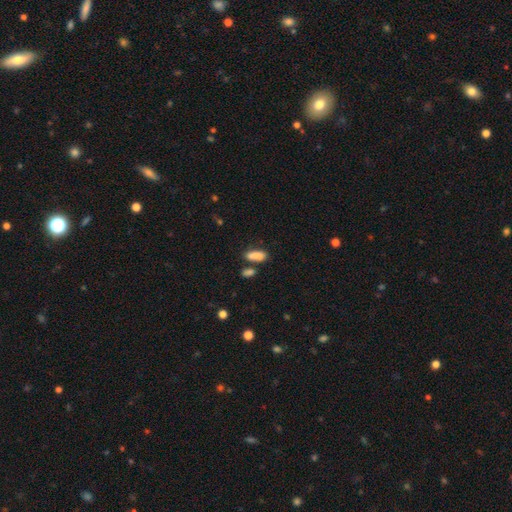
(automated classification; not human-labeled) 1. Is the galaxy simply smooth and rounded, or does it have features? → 86% smooth, 8% star or artifact, 6% featured or disk.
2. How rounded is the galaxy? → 64% in between, 33% cigar-shaped, 3% round.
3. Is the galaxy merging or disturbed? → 64% none, 19% merger, 13% minor disturbance, 4% major disturbance.